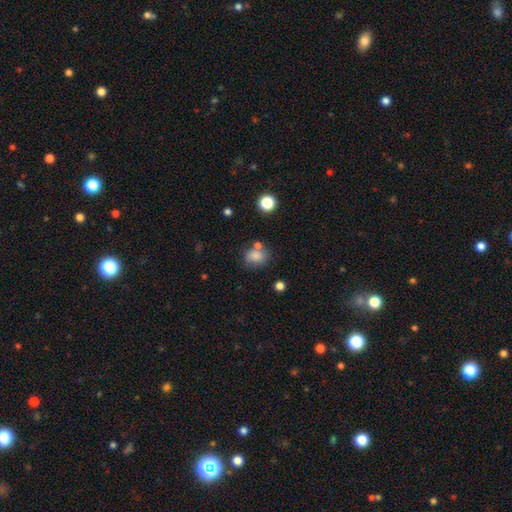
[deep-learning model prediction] Morphology: type=smooth (81%); roundness=round (51%); merging=none (60%).